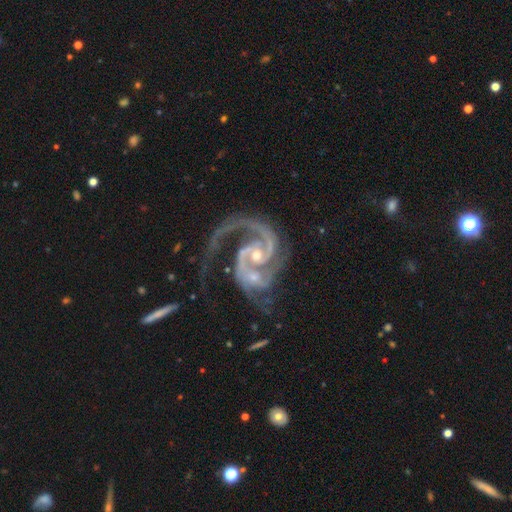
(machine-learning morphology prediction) type=featured or disk (93%); edge-on=no (98%); bar=no (57%); spiral arms=yes (98%); winding=medium (52%); arm count=2 (65%); bulge=small (50%); merging=merger (35%).